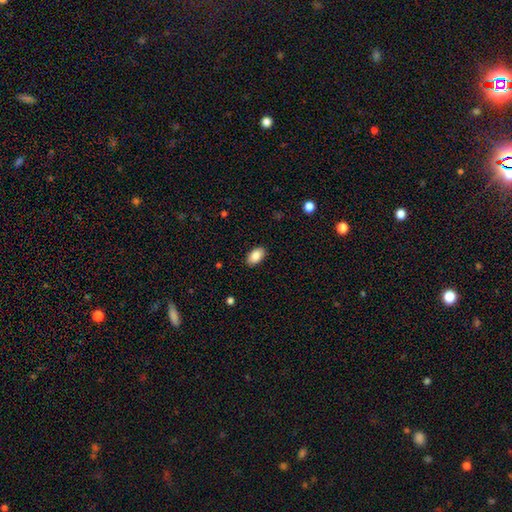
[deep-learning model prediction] Smooth or featured? Predicted: smooth (p=0.88). How rounded? Predicted: in between (p=0.93). Merging? Predicted: none (p=0.88).